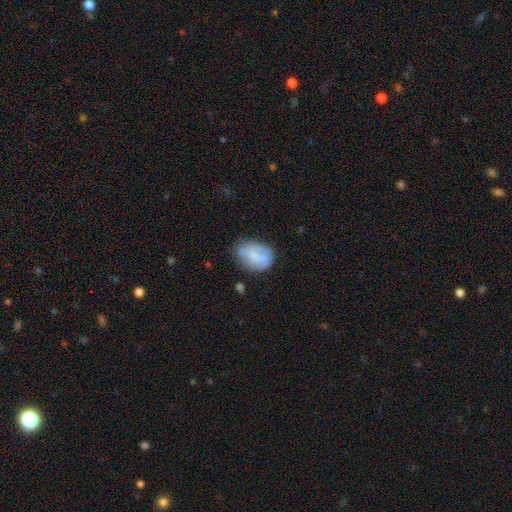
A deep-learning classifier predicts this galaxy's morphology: This is likely a smooth galaxy (62%). How rounded: likely in between (77%). Merging: possibly none (50%).